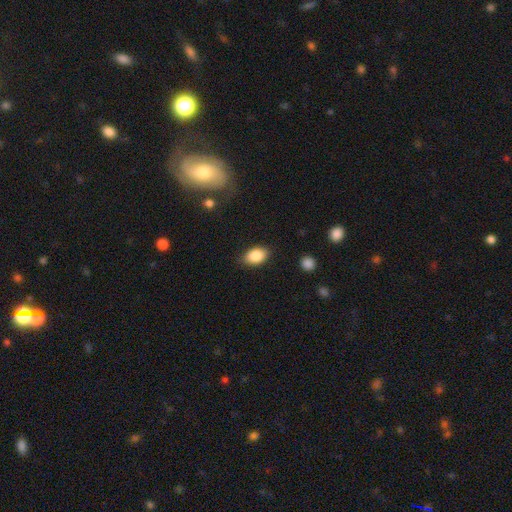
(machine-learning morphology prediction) Q: Smooth or featured?
A: smooth (87%); runner-up: star or artifact (7%)
Q: How rounded?
A: in between (86%); runner-up: round (13%)
Q: Merging?
A: none (83%); runner-up: minor disturbance (13%)